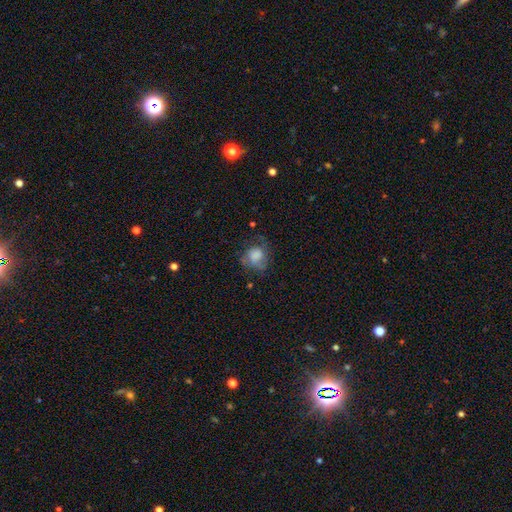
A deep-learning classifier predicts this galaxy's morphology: Smooth or featured? Predicted: smooth (p=0.65). How rounded? Predicted: round (p=0.66). Merging? Predicted: none (p=0.47).